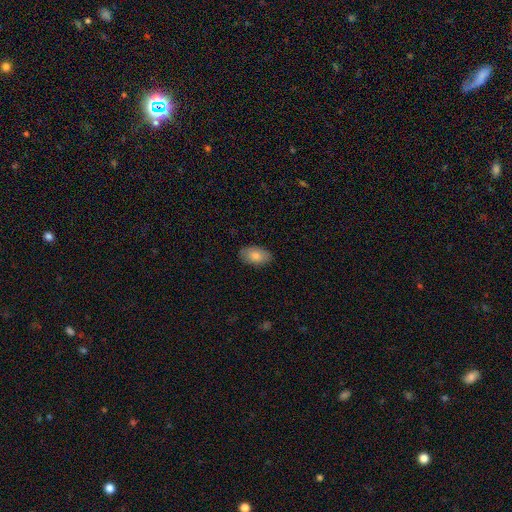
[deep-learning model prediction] This is clearly a smooth galaxy (83%). How rounded: clearly in between (92%). Merging: clearly none (88%).